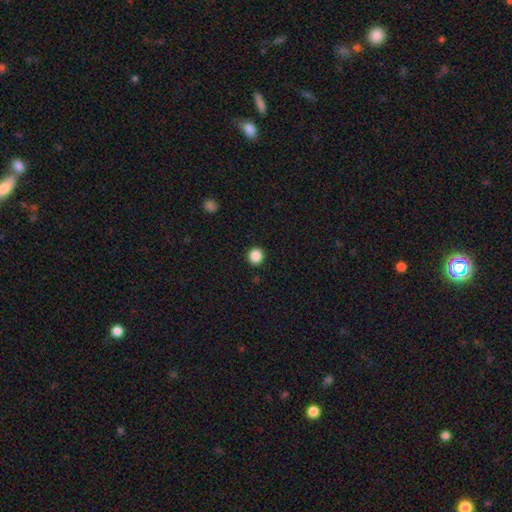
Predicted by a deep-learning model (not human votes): This appears to be a smooth galaxy with no disk features (87%) that is round (93%). Merging: none (93%).